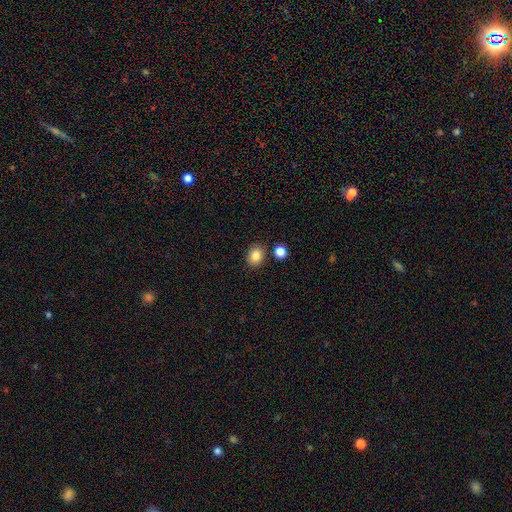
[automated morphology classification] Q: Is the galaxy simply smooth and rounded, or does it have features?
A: smooth — 86%.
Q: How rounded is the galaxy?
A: round — 53%.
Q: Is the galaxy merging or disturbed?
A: none — 82%.